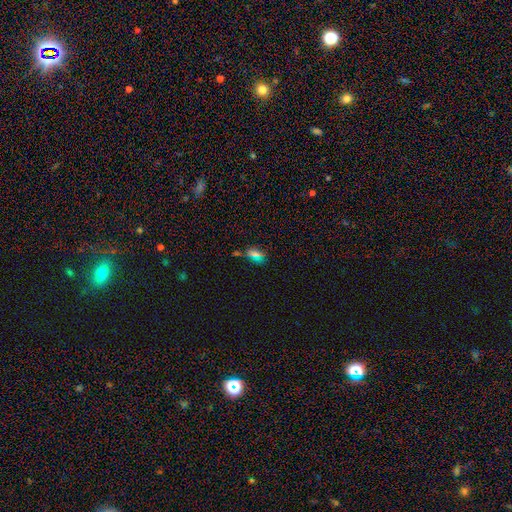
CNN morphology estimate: The model was most divided on "smooth or featured": smooth: 52%, star or artifact: 36%, featured or disk: 12%. More confident: how rounded — in between (71%); merging — none (68%).